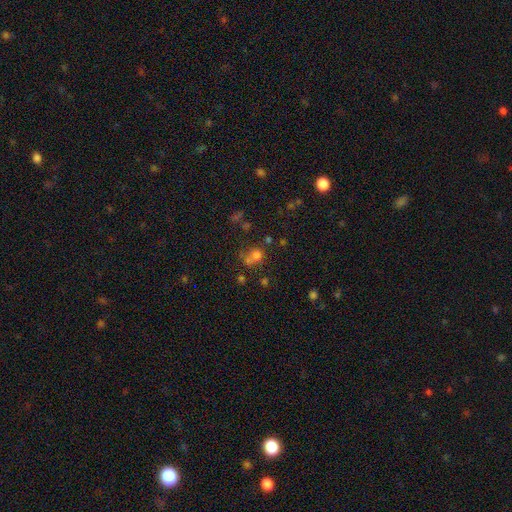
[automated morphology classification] This is likely a smooth galaxy (69%). How rounded: likely round (74%). Merging: marginally none (43%).